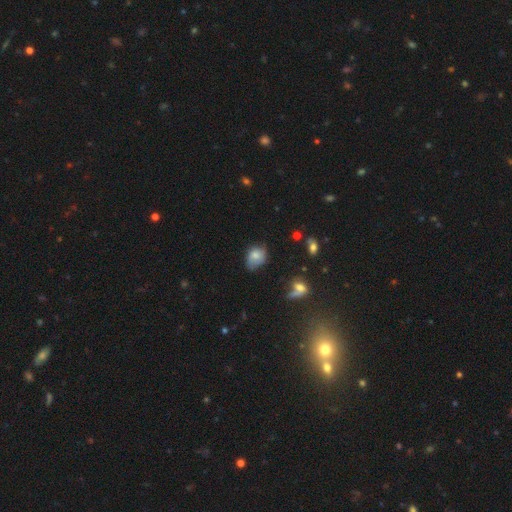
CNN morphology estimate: Smooth or featured? Predicted: smooth (p=0.72). How rounded? Predicted: in between (p=0.64). Merging? Predicted: none (p=0.46).